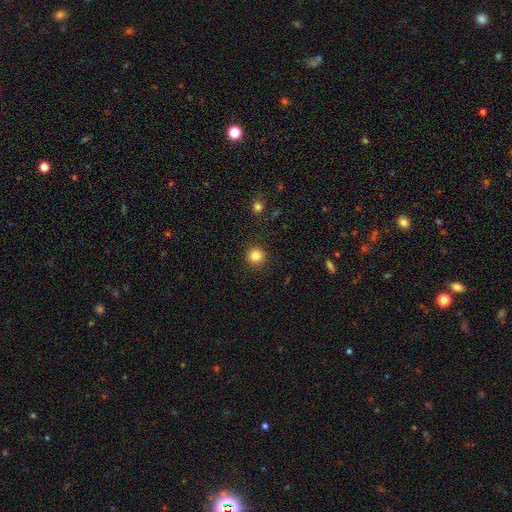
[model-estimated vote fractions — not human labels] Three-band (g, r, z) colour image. It shows a smooth galaxy with no disk features (83%) that is round (93%). Merging: none (91%).